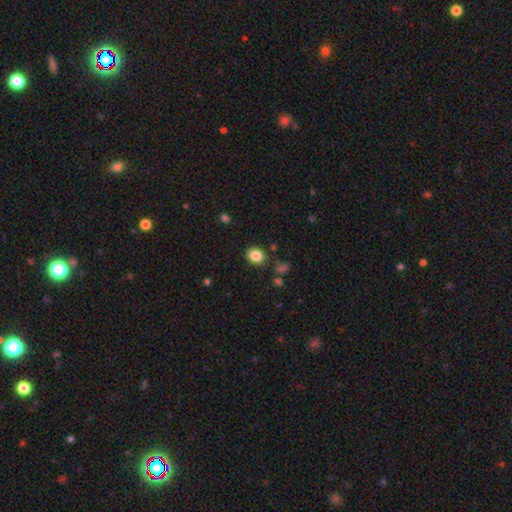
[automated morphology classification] This is clearly a smooth galaxy (85%). How rounded: possibly round (56%). Merging: clearly none (84%).